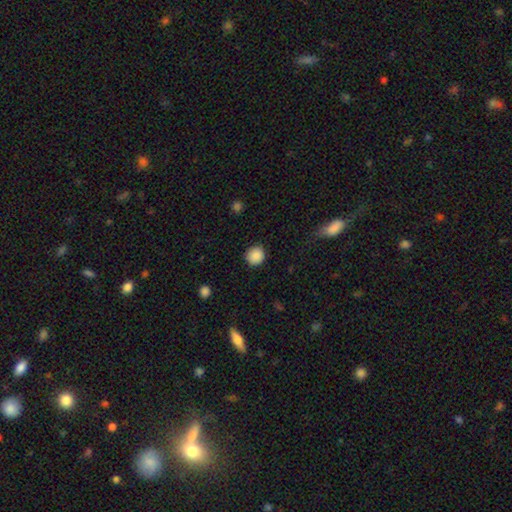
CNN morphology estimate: Smooth or featured?
  - smooth: 89% *
  - star or artifact: 9%
  - featured or disk: 3%
How rounded?
  - round: 89% *
  - in between: 10%
  - cigar-shaped: 1%
Merging?
  - none: 88% *
  - minor disturbance: 8%
  - major disturbance: 2%
  - merger: 1%